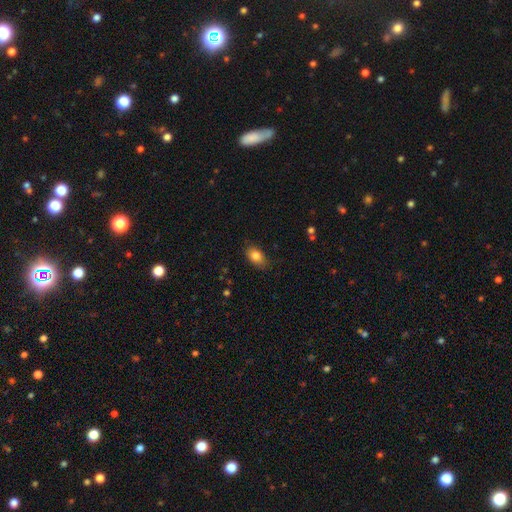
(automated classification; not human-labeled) smooth-or-featured: smooth: 83% | featured or disk: 9% | star or artifact: 8%
  how-rounded: in between: 86% | round: 12% | cigar-shaped: 2%
  merging: none: 80% | minor disturbance: 15% | major disturbance: 3% | merger: 1%